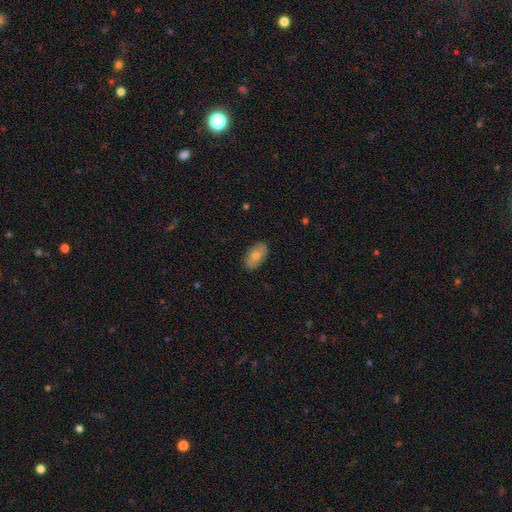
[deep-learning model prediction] A smooth galaxy with no disk features (79%) that is in between round and cigar-shaped (94%).

Vote fractions:
- Smooth or featured? smooth: 79% / featured or disk: 14% / star or artifact: 6%
- How rounded? in between: 94% / round: 3% / cigar-shaped: 3%
- Merging? none: 88% / minor disturbance: 9% / major disturbance: 2% / merger: 1%